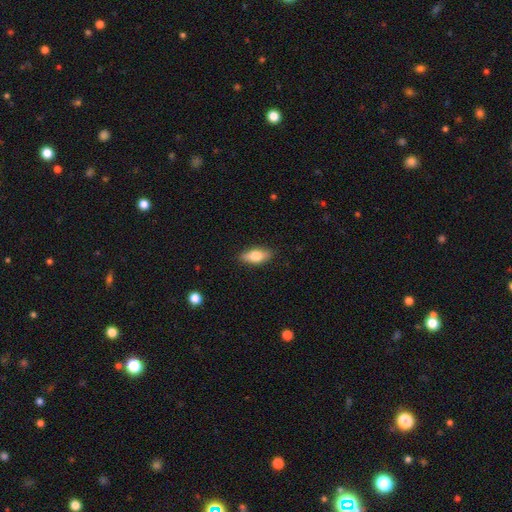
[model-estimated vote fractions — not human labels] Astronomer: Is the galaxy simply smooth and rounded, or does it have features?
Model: smooth — 67%.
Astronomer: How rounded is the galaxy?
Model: in between — 78%.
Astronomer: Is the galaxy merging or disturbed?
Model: none — 87%.